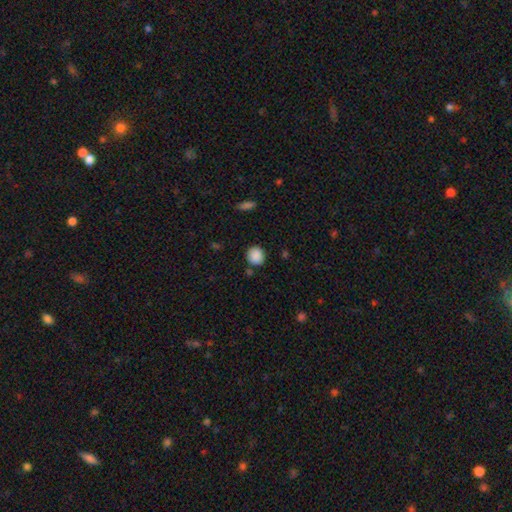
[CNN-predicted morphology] type=smooth (89%); roundness=round (87%); merging=none (85%).